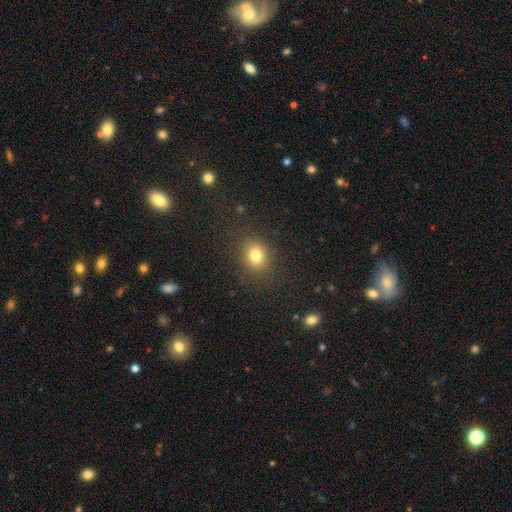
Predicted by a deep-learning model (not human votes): This is clearly a smooth galaxy (80%). How rounded: possibly round (57%). Merging: clearly none (84%).